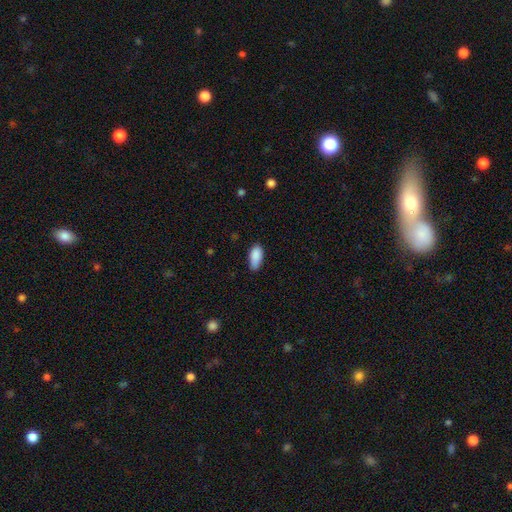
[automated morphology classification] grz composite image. It shows a smooth galaxy with no disk features (88%) that is in between round and cigar-shaped (88%). Merging: none (69%).